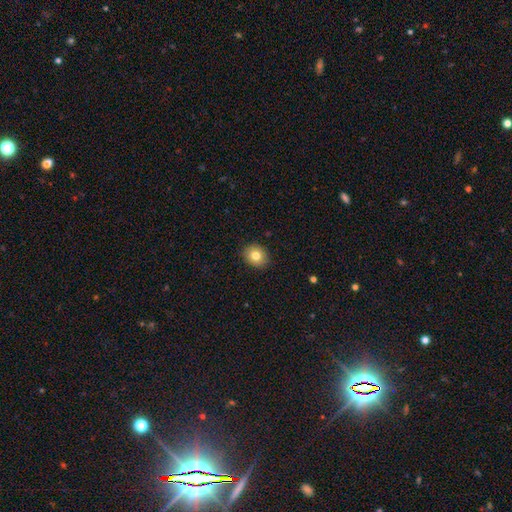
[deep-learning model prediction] Morphology: type=smooth (80%); roundness=round (58%); merging=none (89%).